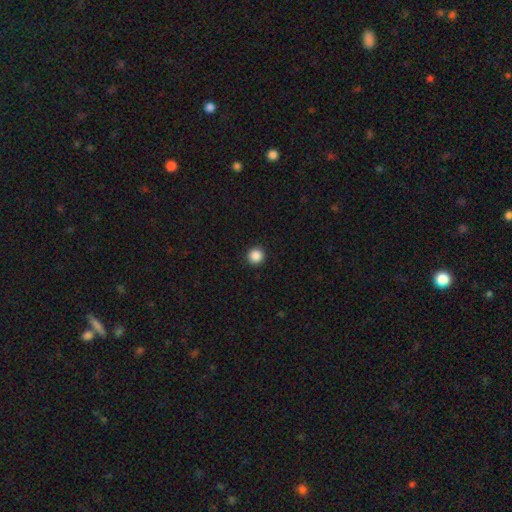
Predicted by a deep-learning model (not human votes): Smooth or featured? Predicted: smooth (p=0.87). How rounded? Predicted: round (p=0.95). Merging? Predicted: none (p=0.93).